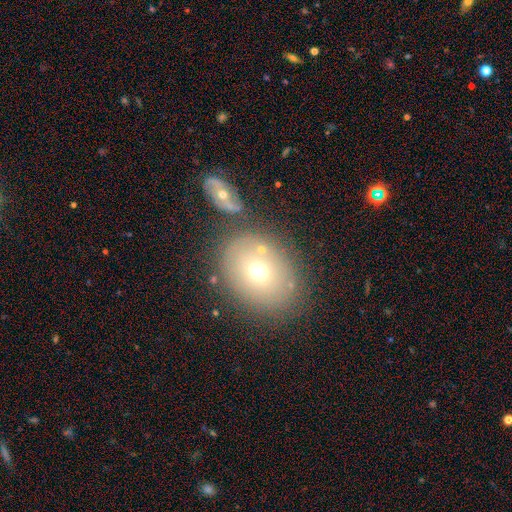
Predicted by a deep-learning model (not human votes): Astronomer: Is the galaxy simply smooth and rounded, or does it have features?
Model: smooth — 49% (runner-up: featured or disk, 32%).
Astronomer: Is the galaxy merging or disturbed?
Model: none — 75%.